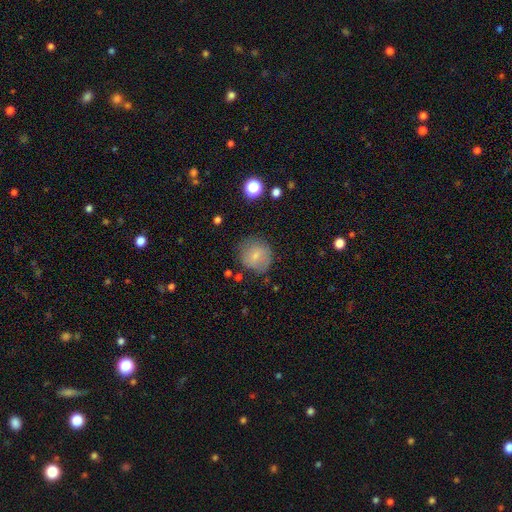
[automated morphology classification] smooth-or-featured: smooth: 74% | featured or disk: 17% | star or artifact: 9%
  how-rounded: round: 86% | in between: 13% | cigar-shaped: 1%
  merging: none: 71% | minor disturbance: 20% | major disturbance: 6% | merger: 2%